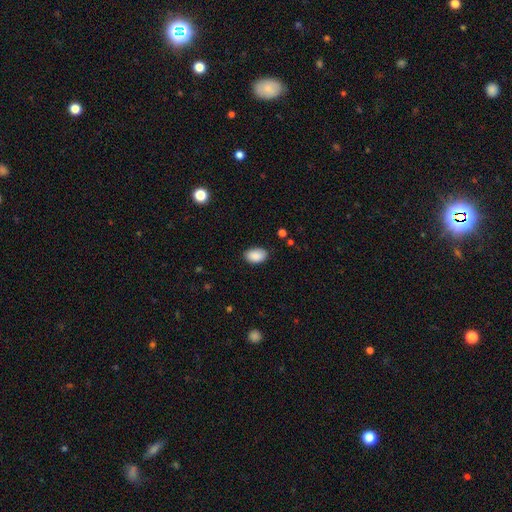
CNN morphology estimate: Smooth or featured? smooth (89%)
How rounded? in between (91%)
Merging? none (84%)